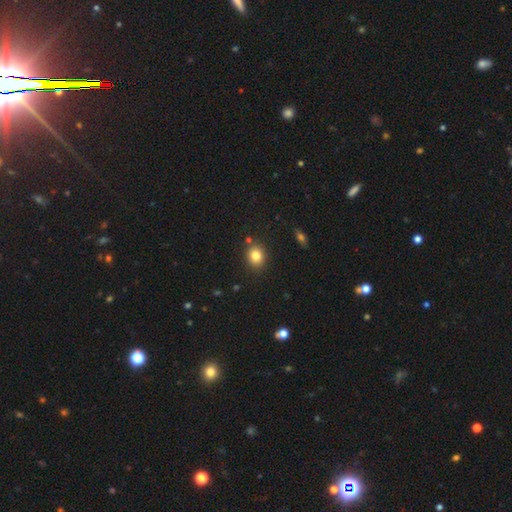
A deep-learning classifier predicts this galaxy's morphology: A smooth galaxy with no disk features (81%) that is round (64%). Merging: none (84%).